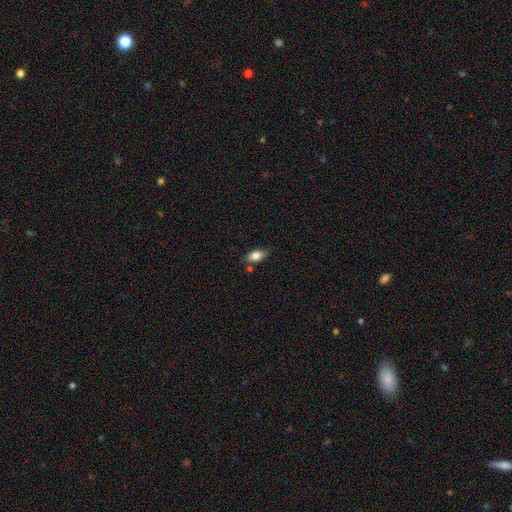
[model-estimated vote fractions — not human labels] This appears to be a smooth galaxy with no disk features (82%) that is in between round and cigar-shaped (88%). Merging: none (73%).